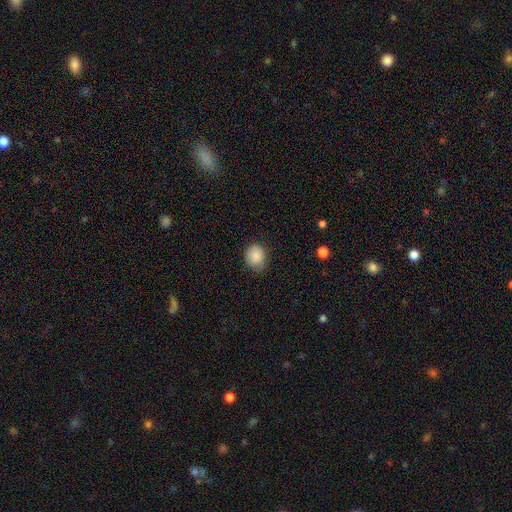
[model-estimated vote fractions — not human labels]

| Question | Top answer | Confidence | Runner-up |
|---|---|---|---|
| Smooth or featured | smooth | 85% | star or artifact (8%) |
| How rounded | round | 58% | in between (41%) |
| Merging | none | 66% | minor disturbance (28%) |